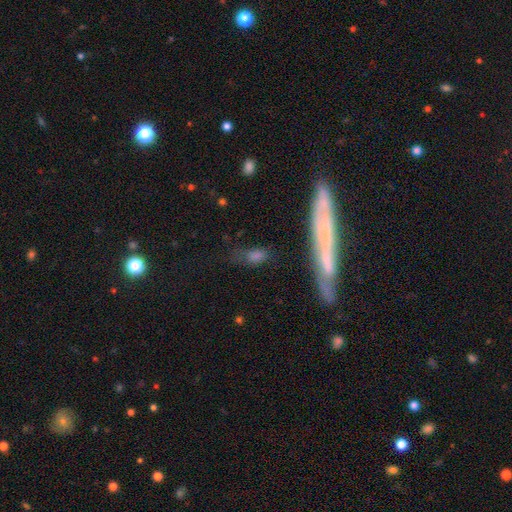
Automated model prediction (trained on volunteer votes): Smooth or featured?
  - smooth: 61% *
  - featured or disk: 25%
  - star or artifact: 14%
How rounded?
  - in between: 49% *
  - cigar-shaped: 39%
  - round: 13%
Merging?
  - none: 63% *
  - minor disturbance: 20%
  - major disturbance: 11%
  - merger: 6%